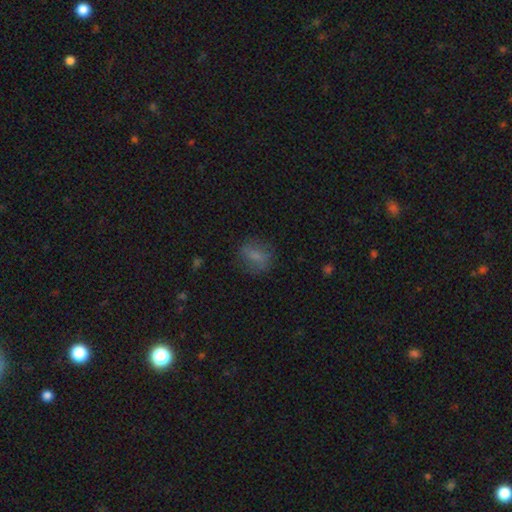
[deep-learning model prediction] Morphology: type=smooth (68%); roundness=round (50%); merging=none (72%).